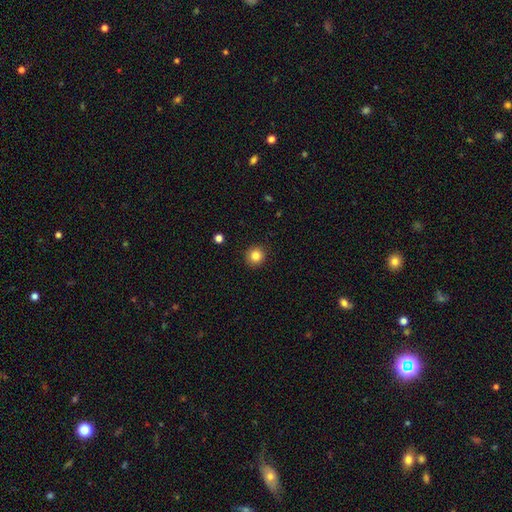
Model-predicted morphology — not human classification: A smooth galaxy with no disk features (84%) that is round (90%). Merging: none (91%).